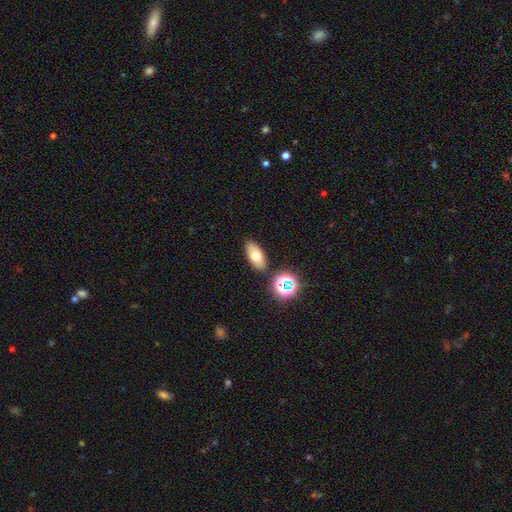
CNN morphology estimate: Q: Smooth or featured?
A: smooth (67%); runner-up: featured or disk (20%)
Q: How rounded?
A: in between (84%); runner-up: cigar-shaped (8%)
Q: Merging?
A: none (85%); runner-up: minor disturbance (9%)